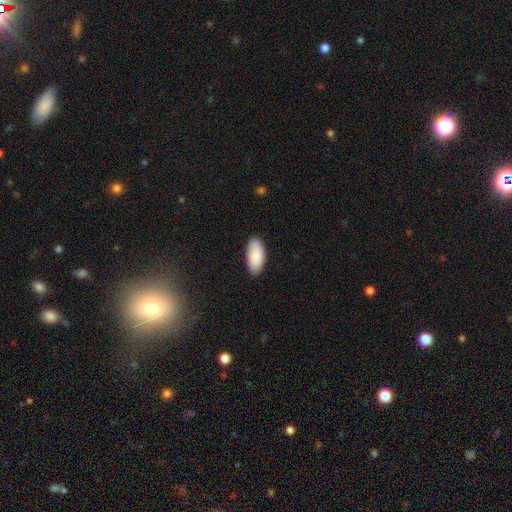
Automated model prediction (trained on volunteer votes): smooth-or-featured: smooth: 89% | star or artifact: 6% | featured or disk: 5%
  how-rounded: in between: 93% | cigar-shaped: 5% | round: 2%
  merging: none: 85% | minor disturbance: 12% | major disturbance: 2% | merger: 1%